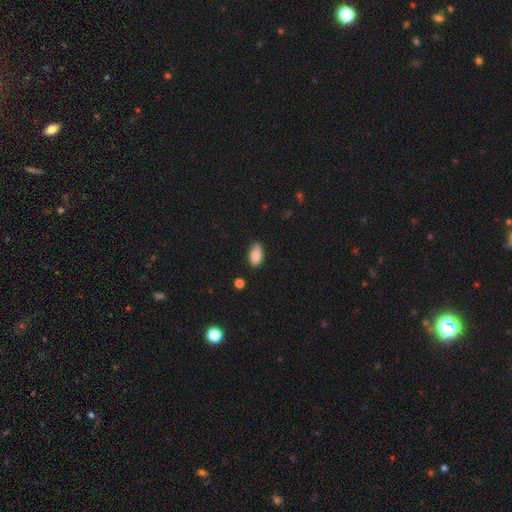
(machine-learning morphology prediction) A smooth galaxy with no disk features (86%) that is in between round and cigar-shaped (92%).

Vote fractions:
- Smooth or featured? smooth: 86% / star or artifact: 8% / featured or disk: 6%
- How rounded? in between: 92% / round: 4% / cigar-shaped: 4%
- Merging? none: 78% / minor disturbance: 17% / major disturbance: 3% / merger: 2%